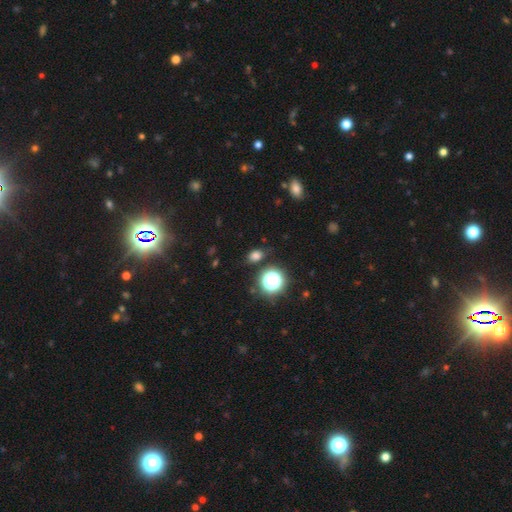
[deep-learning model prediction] Smooth or featured? Predicted: smooth (p=0.72). How rounded? Predicted: in between (p=0.63). Merging? Predicted: none (p=0.82).